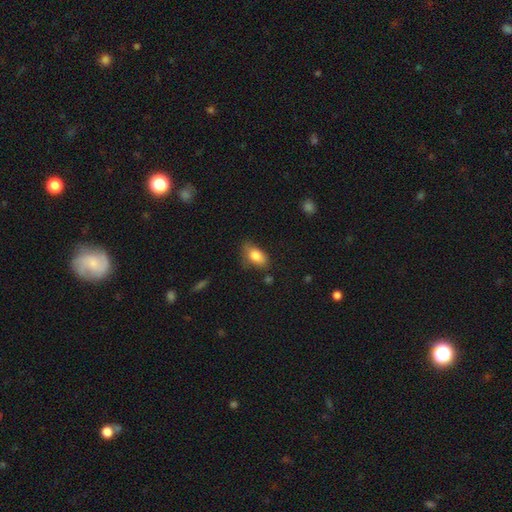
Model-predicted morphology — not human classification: Smooth or featured?
  - smooth: 82% *
  - featured or disk: 10%
  - star or artifact: 8%
How rounded?
  - in between: 89% *
  - round: 8%
  - cigar-shaped: 3%
Merging?
  - none: 62% *
  - minor disturbance: 28%
  - major disturbance: 7%
  - merger: 3%